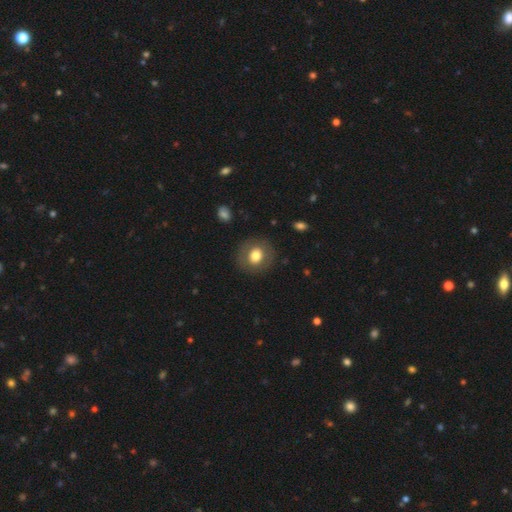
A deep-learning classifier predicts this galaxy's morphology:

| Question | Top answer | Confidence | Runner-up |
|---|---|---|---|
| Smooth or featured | smooth | 71% | featured or disk (21%) |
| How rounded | round | 80% | in between (19%) |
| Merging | none | 86% | minor disturbance (8%) |